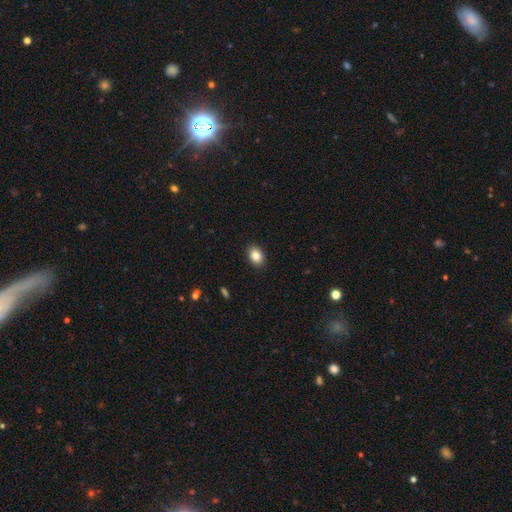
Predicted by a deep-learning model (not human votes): Q: Smooth or featured?
A: smooth (85%); runner-up: star or artifact (9%)
Q: How rounded?
A: in between (71%); runner-up: round (28%)
Q: Merging?
A: none (90%); runner-up: minor disturbance (7%)